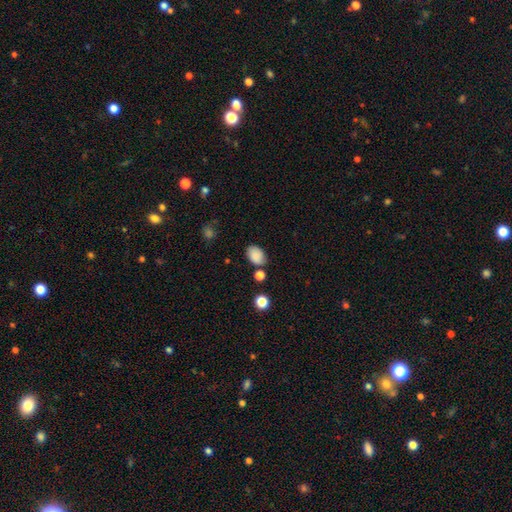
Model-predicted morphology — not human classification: This appears to be a smooth galaxy with no disk features (86%) that is in between round and cigar-shaped (78%). Merging: none (74%).